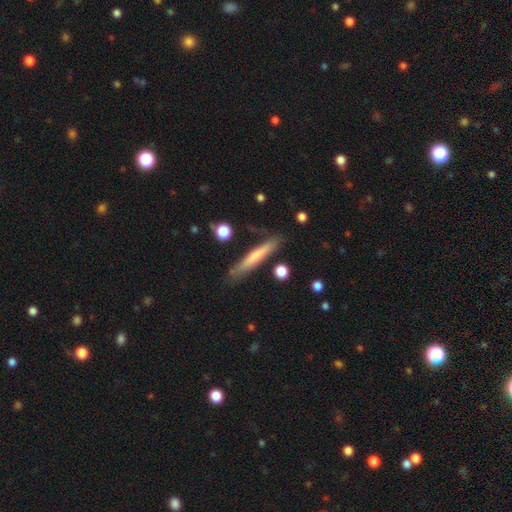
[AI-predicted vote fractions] This is likely a smooth galaxy (62%). How rounded: clearly cigar-shaped (94%). Merging: clearly none (82%).